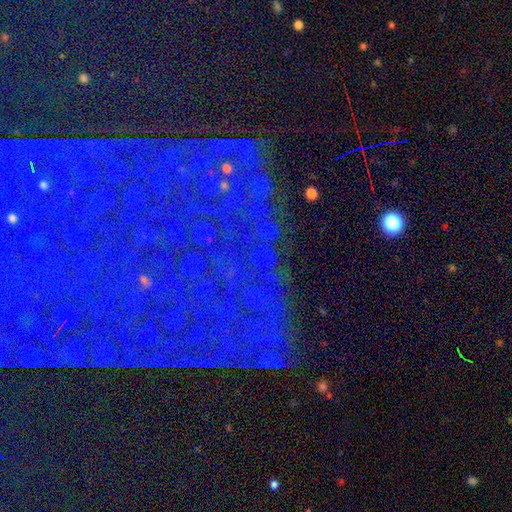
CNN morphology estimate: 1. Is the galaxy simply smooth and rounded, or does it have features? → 77% star or artifact, 13% featured or disk, 10% smooth.